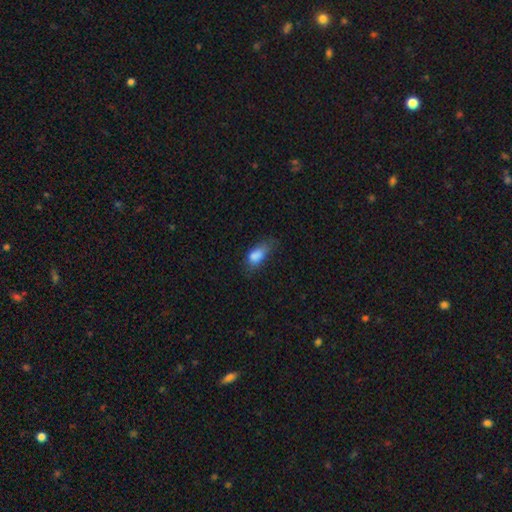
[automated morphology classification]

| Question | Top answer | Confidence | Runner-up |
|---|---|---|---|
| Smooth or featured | smooth | 81% | star or artifact (10%) |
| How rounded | in between | 85% | cigar-shaped (9%) |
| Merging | none | 40% | minor disturbance (36%) |